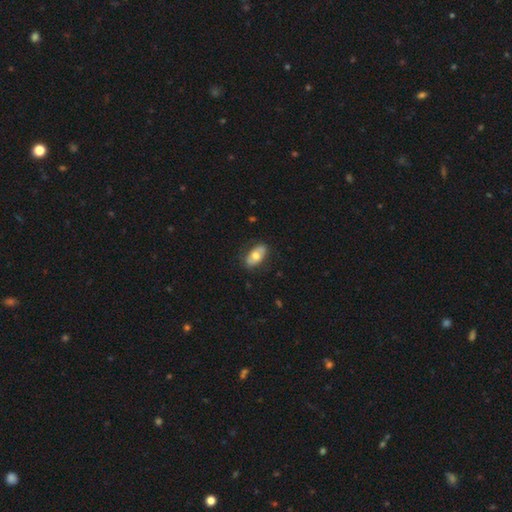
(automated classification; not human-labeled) smooth-or-featured: smooth: 65% | featured or disk: 29% | star or artifact: 6%
  how-rounded: in between: 90% | cigar-shaped: 5% | round: 5%
  merging: none: 81% | minor disturbance: 14% | major disturbance: 4% | merger: 1%